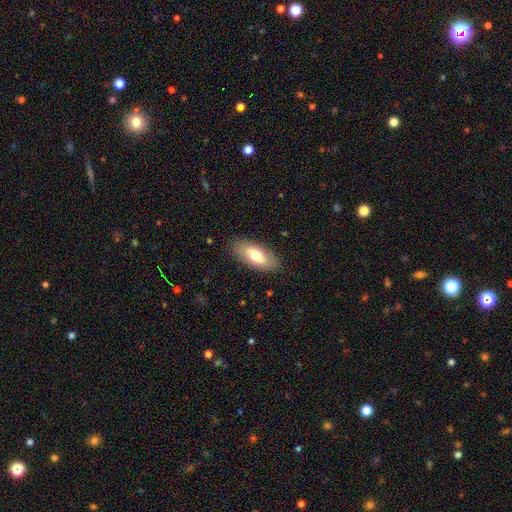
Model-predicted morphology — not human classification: Smooth or featured: smooth — 72% (featured or disk — 22%)
How rounded: in between — 85% (cigar-shaped — 13%)
Merging: none — 86% (minor disturbance — 10%)